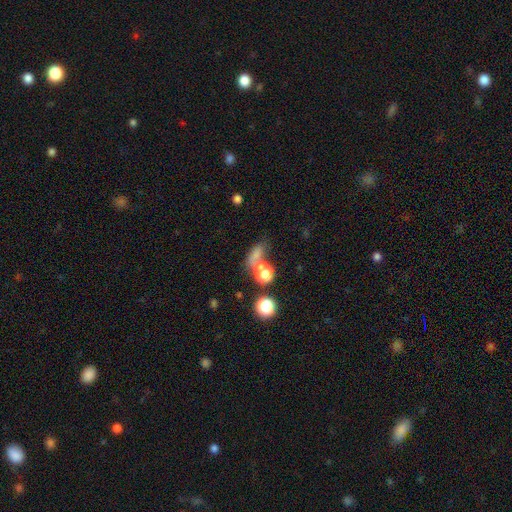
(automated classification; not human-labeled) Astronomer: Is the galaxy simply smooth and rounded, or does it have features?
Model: smooth — 64%.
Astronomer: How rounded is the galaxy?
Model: in between — 50% (runner-up: round, 42%).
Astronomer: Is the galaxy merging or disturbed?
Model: merger — 44% (runner-up: none, 34%).